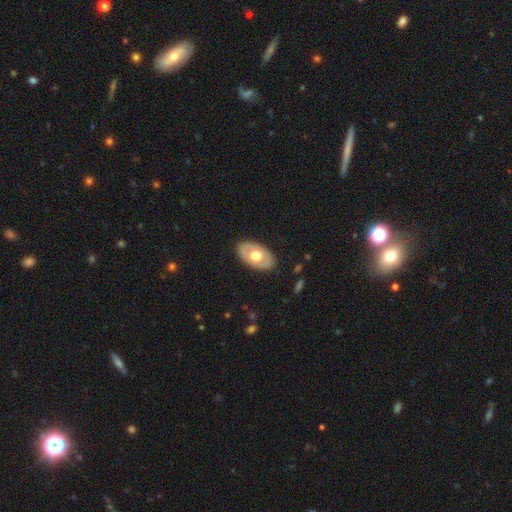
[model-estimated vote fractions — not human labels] The model was most divided on "smooth or featured": smooth: 48%, featured or disk: 47%, star or artifact: 5%. More confident: merging — none (85%).